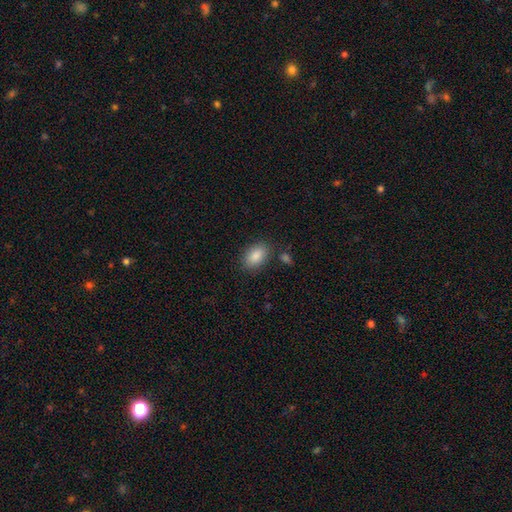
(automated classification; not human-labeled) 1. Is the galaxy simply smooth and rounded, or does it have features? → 87% smooth, 7% star or artifact, 6% featured or disk.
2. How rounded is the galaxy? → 89% in between, 9% round, 2% cigar-shaped.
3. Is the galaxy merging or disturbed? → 81% none, 11% minor disturbance, 4% merger, 3% major disturbance.